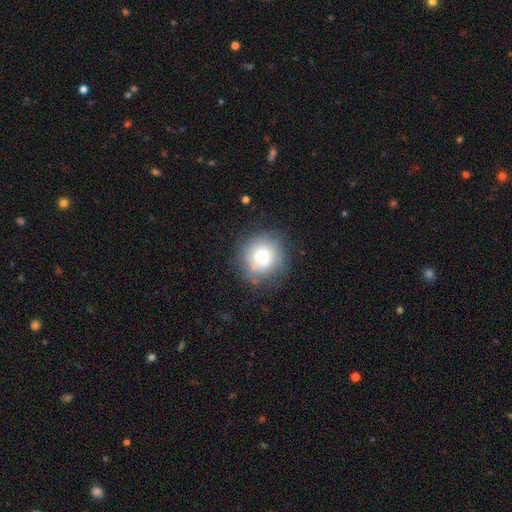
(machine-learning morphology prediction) Smooth or featured? Predicted: smooth (p=0.72). How rounded? Predicted: round (p=0.91). Merging? Predicted: none (p=0.74).